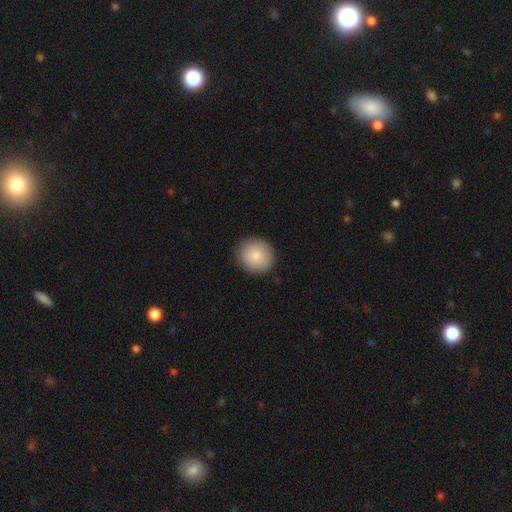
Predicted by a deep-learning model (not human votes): smooth-or-featured: smooth: 84% | featured or disk: 9% | star or artifact: 7%
  how-rounded: round: 87% | in between: 12% | cigar-shaped: 1%
  merging: none: 89% | minor disturbance: 8% | major disturbance: 2% | merger: 1%